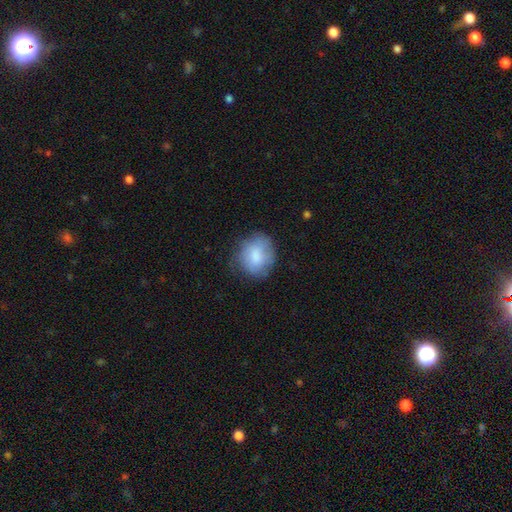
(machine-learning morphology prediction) smooth 80%, featured or disk 13%, star or artifact 7%. Down the decision tree: how rounded — round (70%); merging — none (68%).